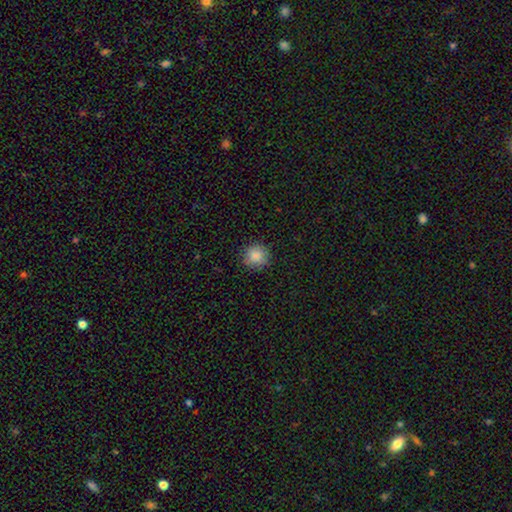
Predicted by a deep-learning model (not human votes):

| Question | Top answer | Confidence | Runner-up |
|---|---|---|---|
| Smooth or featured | smooth | 86% | star or artifact (10%) |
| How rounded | round | 92% | in between (7%) |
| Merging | none | 88% | minor disturbance (9%) |